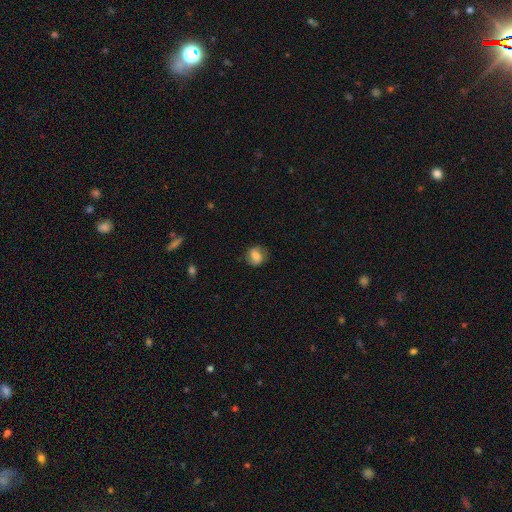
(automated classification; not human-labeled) Smooth or featured? Predicted: smooth (p=0.62). How rounded? Predicted: round (p=0.64). Merging? Predicted: none (p=0.76).